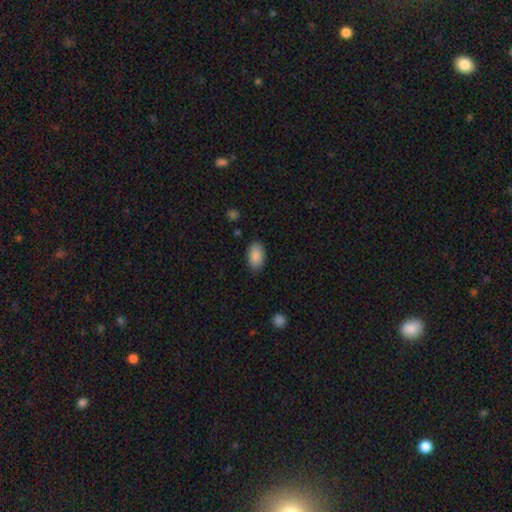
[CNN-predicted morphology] Smooth or featured?
  - smooth: 89% *
  - star or artifact: 7%
  - featured or disk: 4%
How rounded?
  - in between: 93% *
  - round: 5%
  - cigar-shaped: 2%
Merging?
  - none: 83% *
  - minor disturbance: 13%
  - major disturbance: 3%
  - merger: 1%